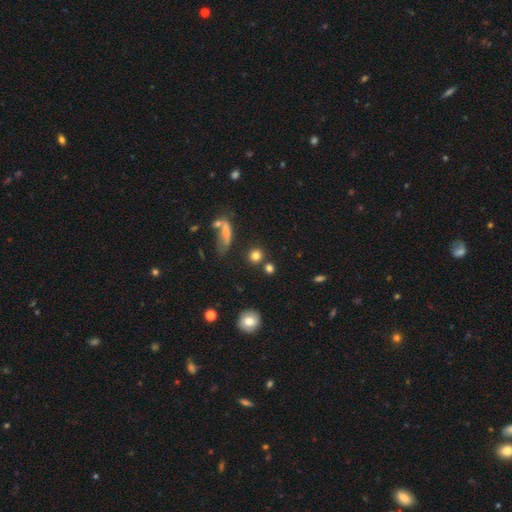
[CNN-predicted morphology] Q: Smooth or featured?
A: smooth (80%); runner-up: star or artifact (13%)
Q: How rounded?
A: round (87%); runner-up: in between (10%)
Q: Merging?
A: none (74%); runner-up: merger (12%)